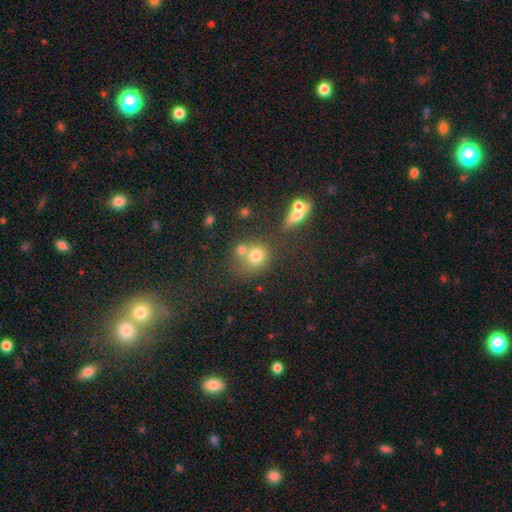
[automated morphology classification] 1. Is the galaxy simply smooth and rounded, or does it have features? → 72% smooth, 14% star or artifact, 14% featured or disk.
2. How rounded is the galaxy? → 75% round, 24% in between, 2% cigar-shaped.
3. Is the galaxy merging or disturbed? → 47% none, 35% merger, 11% minor disturbance, 6% major disturbance.